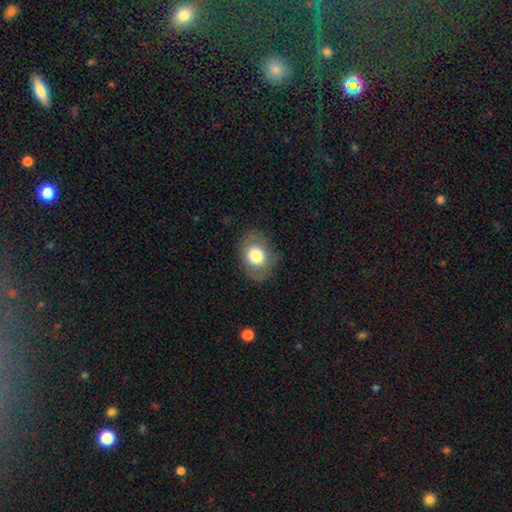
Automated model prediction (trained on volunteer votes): This appears to be a smooth galaxy with no disk features (75%) that is in between round and cigar-shaped (63%). Merging: none (79%).